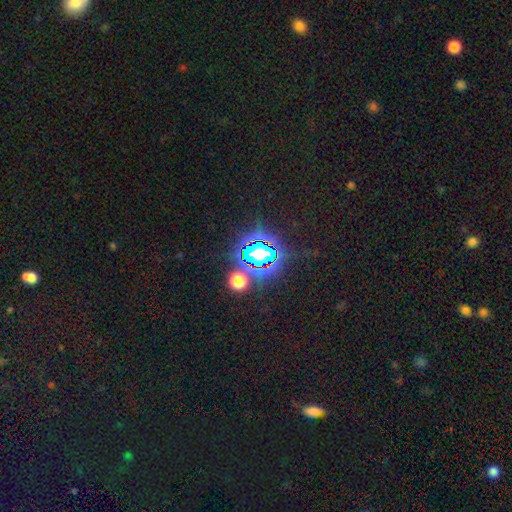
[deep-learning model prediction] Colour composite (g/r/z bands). It shows a star or artifact, not a galaxy (79%).